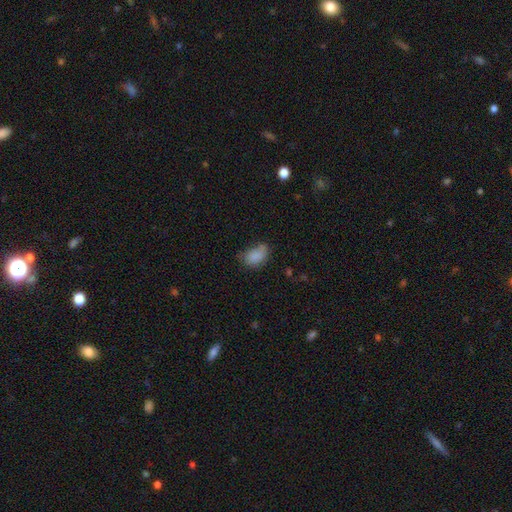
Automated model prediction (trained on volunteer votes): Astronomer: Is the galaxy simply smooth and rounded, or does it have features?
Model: smooth — 83%.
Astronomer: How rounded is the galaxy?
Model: in between — 86%.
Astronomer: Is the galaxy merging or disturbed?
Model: none — 50% (runner-up: minor disturbance, 33%).